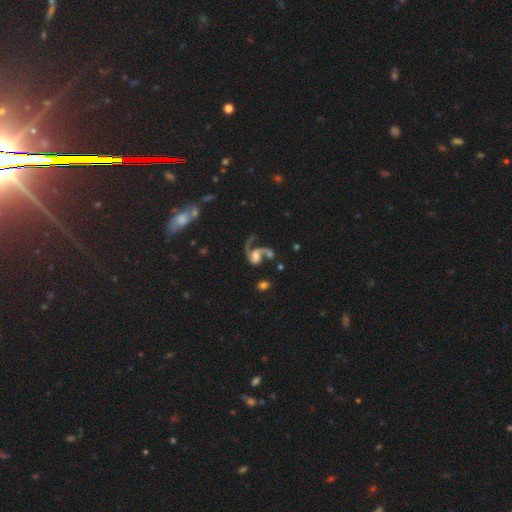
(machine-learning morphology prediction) Overall: featured or disk (76%). Edge-on disk: no (98%). Bar: no (62%; weak 28%). Spiral arms: yes (91%). Spiral arm count: 1 (47%; 2 44%). Spiral winding: loose (61%; medium 31%). Bulge size: moderate (32%; large 23%). Merging: major disturbance (34%; none 30%).